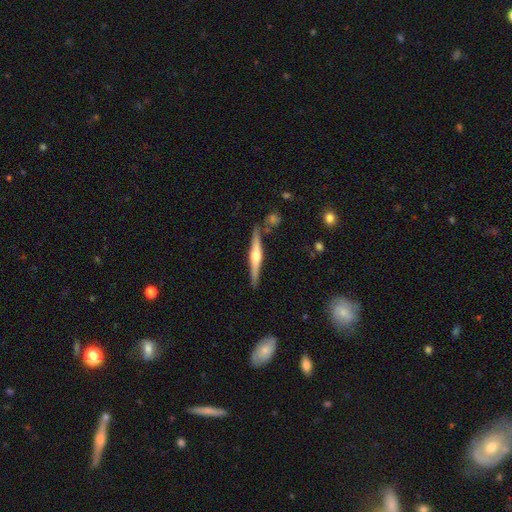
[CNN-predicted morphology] Smooth or featured? featured or disk (69%)
Edge-on disk? yes (97%)
Edge-on bulge? rounded (89%)
Merging? none (84%)